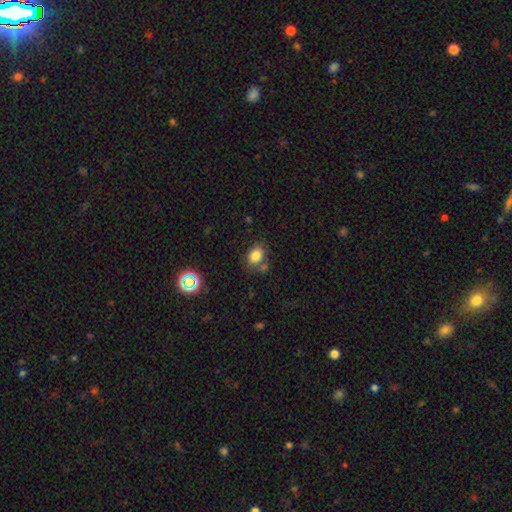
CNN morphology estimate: Smooth or featured: smooth — 80% (star or artifact — 12%)
How rounded: in between — 64% (round — 34%)
Merging: none — 64% (minor disturbance — 16%)